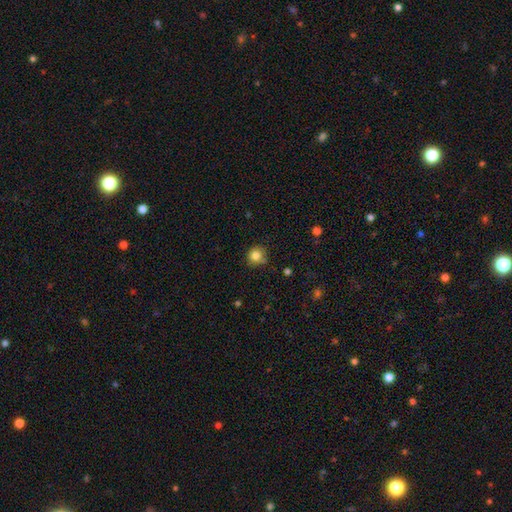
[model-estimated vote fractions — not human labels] Smooth or featured: smooth — 83% (star or artifact — 11%)
How rounded: round — 87% (in between — 12%)
Merging: none — 76% (minor disturbance — 15%)